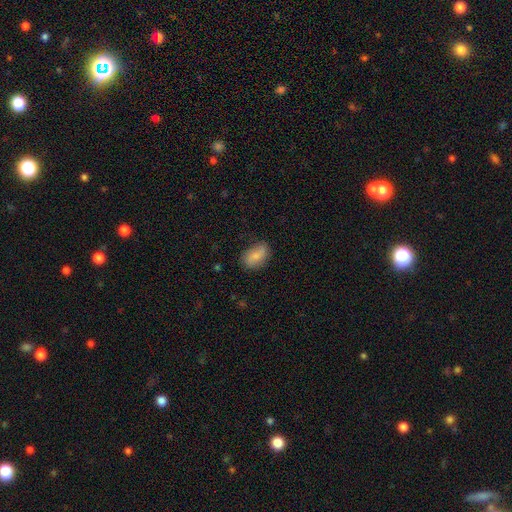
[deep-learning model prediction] This is likely a smooth galaxy (74%). How rounded: clearly in between (88%). Merging: likely none (75%).